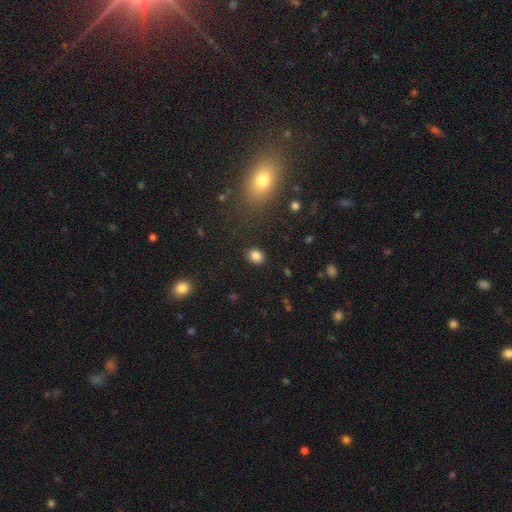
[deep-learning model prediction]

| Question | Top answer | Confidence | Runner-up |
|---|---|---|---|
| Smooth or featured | smooth | 84% | star or artifact (11%) |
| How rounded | in between | 51% | round (48%) |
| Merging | none | 88% | minor disturbance (8%) |